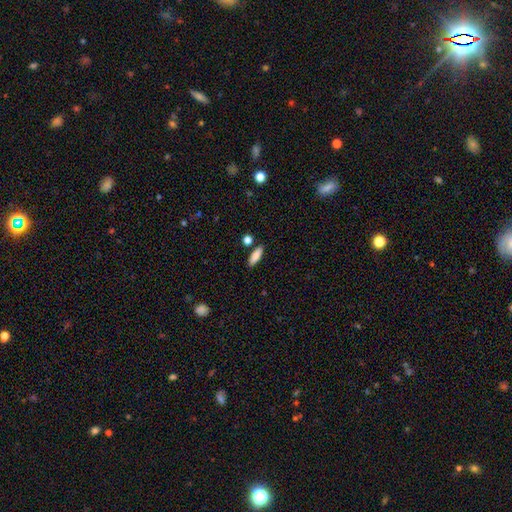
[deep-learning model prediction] Smooth or featured?
  - smooth: 85% *
  - featured or disk: 8%
  - star or artifact: 7%
How rounded?
  - in between: 57% *
  - cigar-shaped: 41%
  - round: 3%
Merging?
  - none: 85% *
  - minor disturbance: 9%
  - merger: 4%
  - major disturbance: 2%